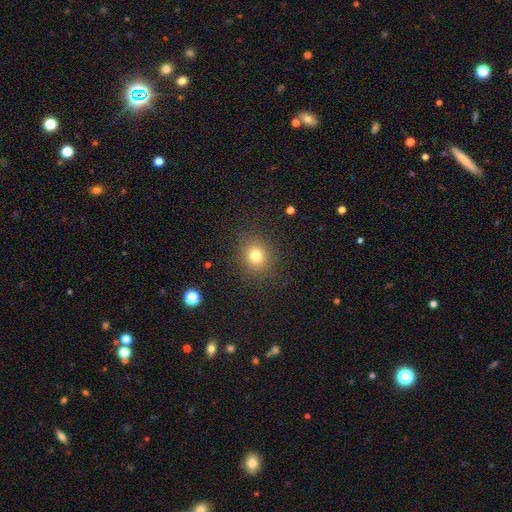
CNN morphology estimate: smooth 77%, star or artifact 15%, featured or disk 8%. Down the decision tree: how rounded — round (78%); merging — none (86%).